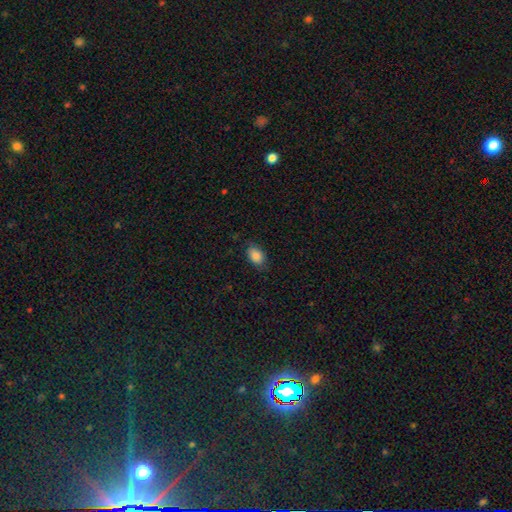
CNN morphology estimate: Q: Smooth or featured?
A: smooth (87%); runner-up: star or artifact (8%)
Q: How rounded?
A: in between (85%); runner-up: round (14%)
Q: Merging?
A: none (78%); runner-up: minor disturbance (17%)